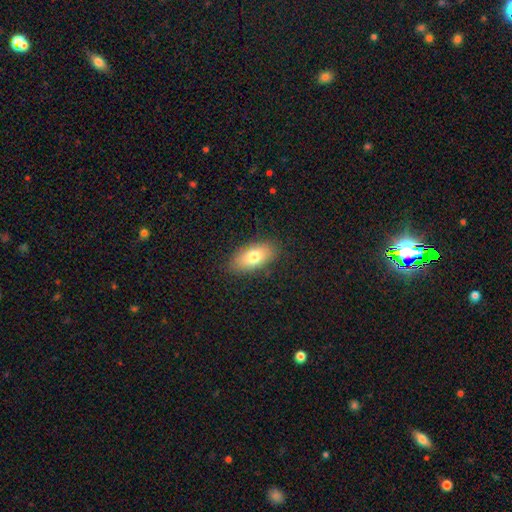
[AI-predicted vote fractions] Overall: smooth (77%). How rounded: in between (90%). Merging: none (85%).